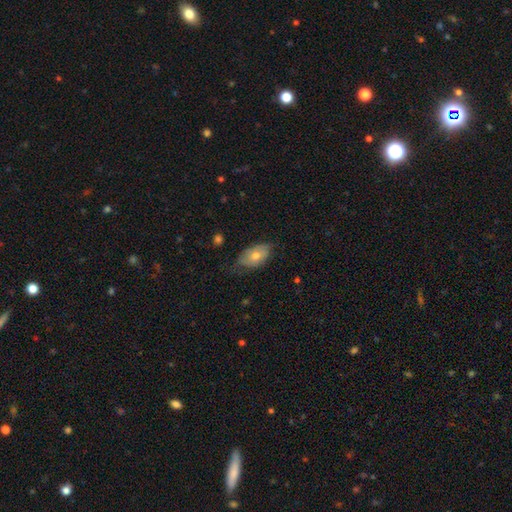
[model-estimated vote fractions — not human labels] Overall: smooth (59%; featured or disk 33%). How rounded: in between (90%). Merging: none (57%; minor disturbance 33%).